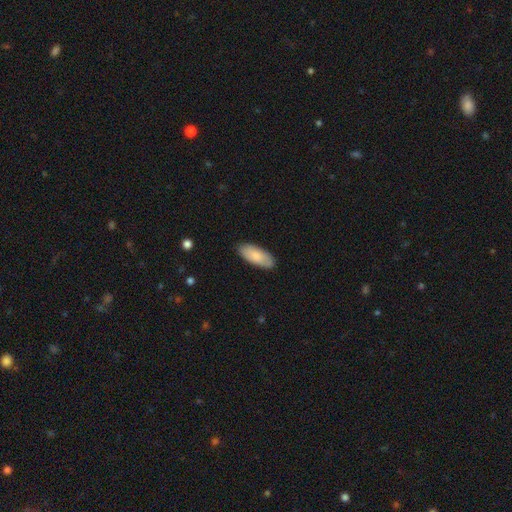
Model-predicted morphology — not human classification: smooth 84%, featured or disk 11%, star or artifact 5%. Down the decision tree: how rounded — in between (84%); merging — none (87%).